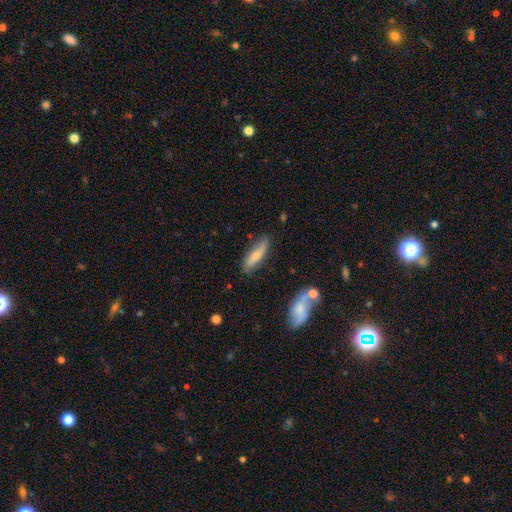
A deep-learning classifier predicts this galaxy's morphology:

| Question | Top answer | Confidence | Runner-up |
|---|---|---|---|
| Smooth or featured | smooth | 67% | featured or disk (26%) |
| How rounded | cigar-shaped | 62% | in between (36%) |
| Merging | none | 76% | minor disturbance (18%) |